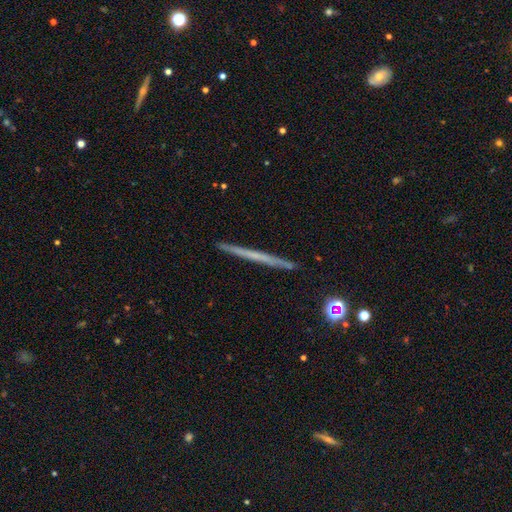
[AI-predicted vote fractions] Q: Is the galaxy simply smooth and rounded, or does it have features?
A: featured or disk — 56%.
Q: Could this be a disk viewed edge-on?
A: yes — 98%.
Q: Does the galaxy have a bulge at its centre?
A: none — 91%.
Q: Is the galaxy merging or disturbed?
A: none — 92%.